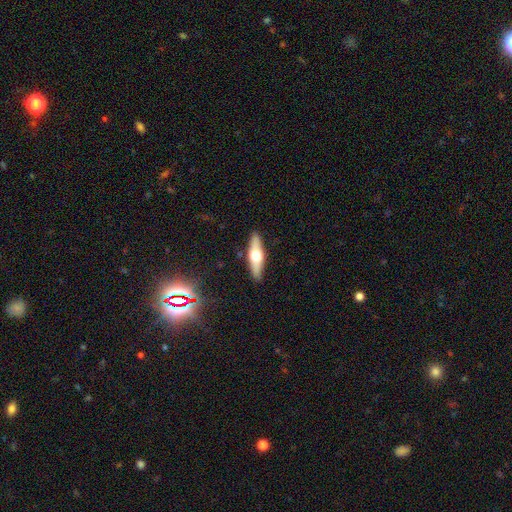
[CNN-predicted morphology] A featured or disk galaxy (53%) viewed edge-on (90%). Merging: none (89%).